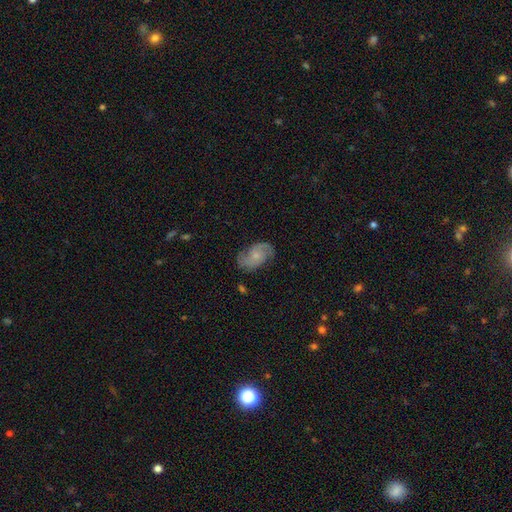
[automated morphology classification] smooth-or-featured: featured or disk: 76% | smooth: 18% | star or artifact: 6%
  disk-edge-on: no: 97% | yes: 3%
    bar: no: 69% | weak: 27% | strong: 4%
    has-spiral-arms: yes: 94% | no: 6%
      spiral-winding: medium: 49% | loose: 26% | tight: 25%
      spiral-arm-count: 2: 87% | can't tell: 6% | 3: 2% | 1: 2% | 4: 1% | more than 4: 1%
    bulge-size: small: 62% | moderate: 27% | none: 7% | large: 2% | dominant: 1%
  merging: none: 75% | minor disturbance: 18% | major disturbance: 6% | merger: 1%